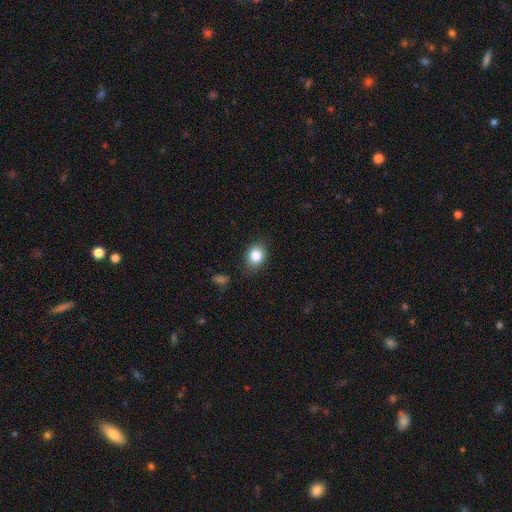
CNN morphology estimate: This is clearly a smooth galaxy (83%). How rounded: possibly in between (57%). Merging: likely none (78%).